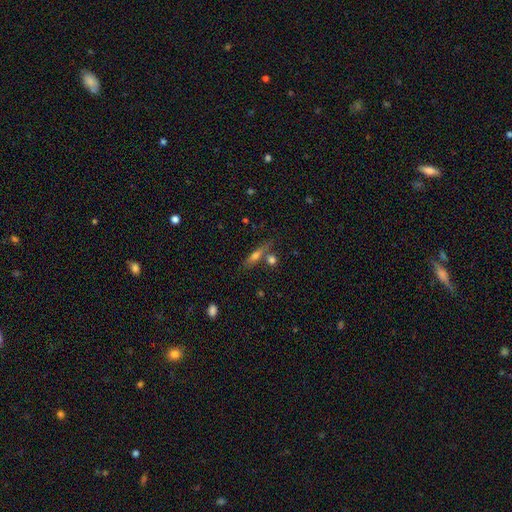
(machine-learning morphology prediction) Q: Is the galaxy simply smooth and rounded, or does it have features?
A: smooth — 55%.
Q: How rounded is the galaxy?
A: cigar-shaped — 67%.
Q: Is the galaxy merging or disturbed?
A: none — 64%.